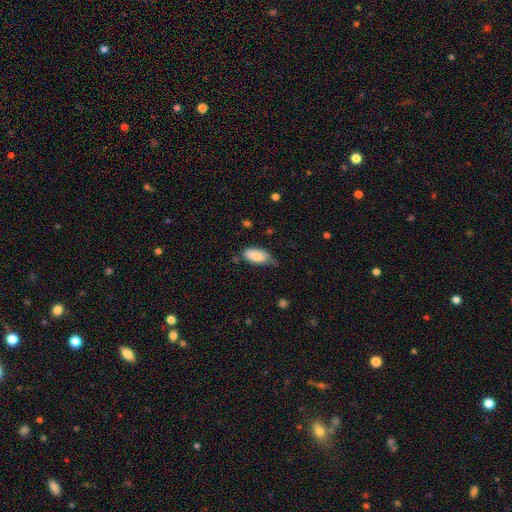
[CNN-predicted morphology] smooth_or_featured: smooth (p=0.85) [alt: featured or disk p=0.08]
how_rounded: in between (p=0.92) [alt: cigar-shaped p=0.05]
merging: none (p=0.51) [alt: minor disturbance p=0.38]